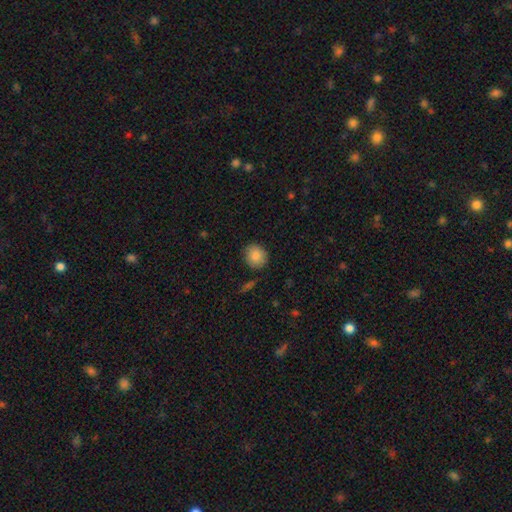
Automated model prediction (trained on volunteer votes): smooth 87%, star or artifact 8%, featured or disk 5%. Down the decision tree: how rounded — round (83%); merging — none (86%).